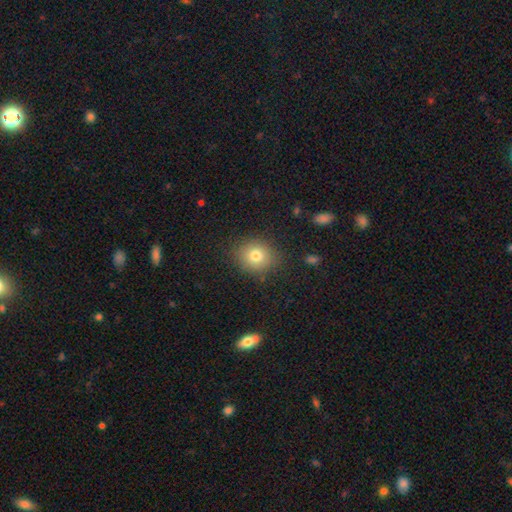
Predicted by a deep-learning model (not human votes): The model was most divided on "how rounded": round: 74%, in between: 25%, cigar-shaped: 1%. More confident: merging — none (85%); smooth or featured — smooth (78%).